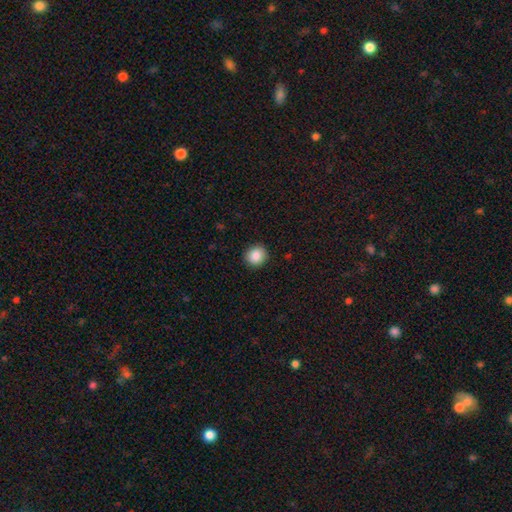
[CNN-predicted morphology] This appears to be a smooth galaxy with no disk features (88%) that is round (86%). Merging: none (90%).